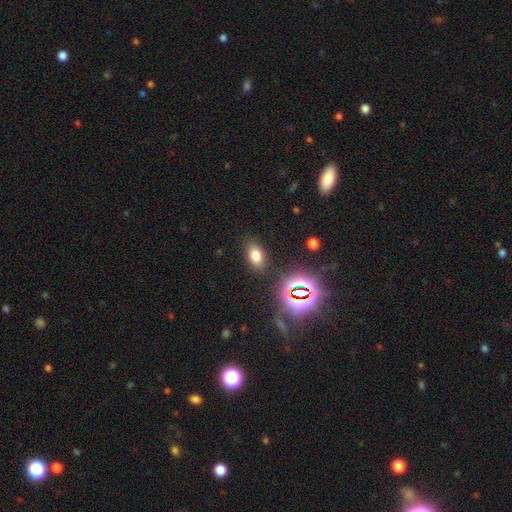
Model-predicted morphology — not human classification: A smooth galaxy with no disk features (70%) that is in between round and cigar-shaped (86%).

Vote fractions:
- Smooth or featured? smooth: 70% / star or artifact: 20% / featured or disk: 10%
- How rounded? in between: 86% / round: 12% / cigar-shaped: 3%
- Merging? none: 84% / minor disturbance: 10% / major disturbance: 3% / merger: 2%